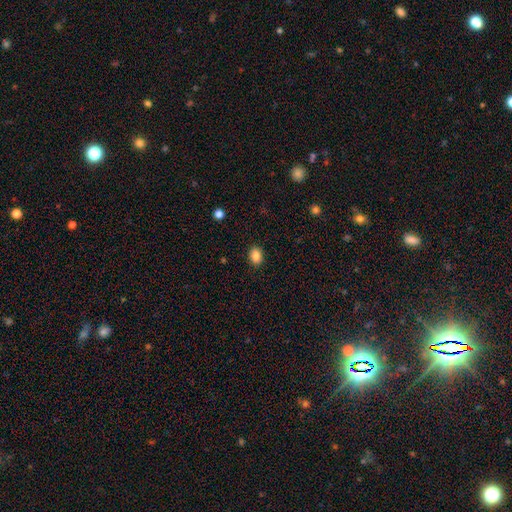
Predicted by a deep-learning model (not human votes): Smooth or featured? Predicted: smooth (p=0.87). How rounded? Predicted: in between (p=0.69). Merging? Predicted: none (p=0.89).